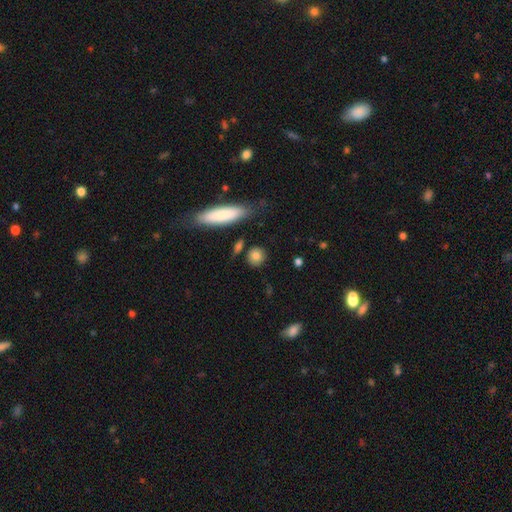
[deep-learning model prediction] smooth-or-featured: smooth: 82% | featured or disk: 9% | star or artifact: 8%
  how-rounded: round: 76% | in between: 19% | cigar-shaped: 5%
  merging: none: 81% | minor disturbance: 11% | merger: 5% | major disturbance: 3%